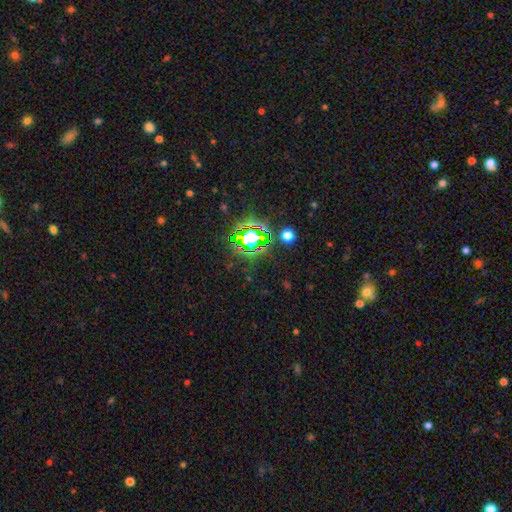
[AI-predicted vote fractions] smooth_or_featured: star or artifact (p=0.77) [alt: smooth p=0.14]